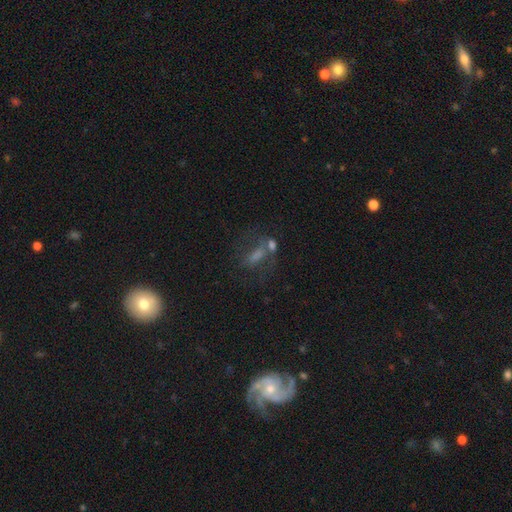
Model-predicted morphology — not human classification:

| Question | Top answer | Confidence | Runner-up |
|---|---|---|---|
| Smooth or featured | smooth | 40% | featured or disk (35%) |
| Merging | none | 42% | merger (23%) |